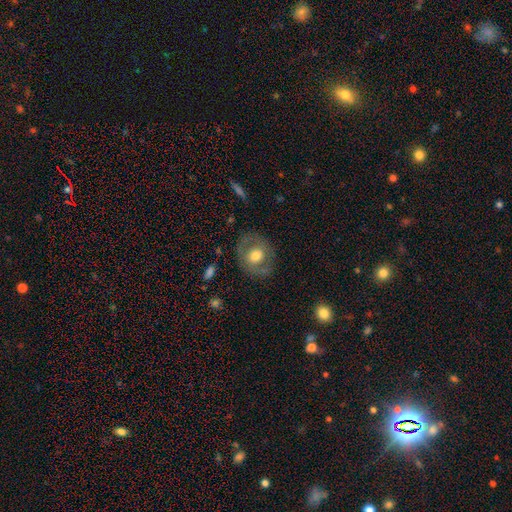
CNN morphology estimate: Overall: smooth (53%; featured or disk 40%). How rounded: round (70%). Merging: none (79%).